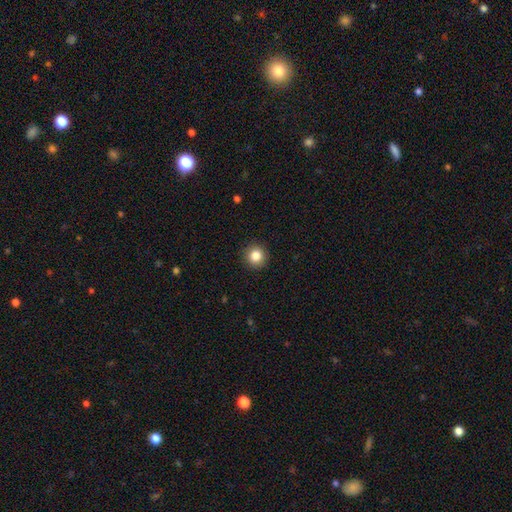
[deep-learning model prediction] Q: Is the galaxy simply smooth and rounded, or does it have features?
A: smooth — 85%.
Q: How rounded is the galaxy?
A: round — 93%.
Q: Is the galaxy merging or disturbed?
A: none — 92%.